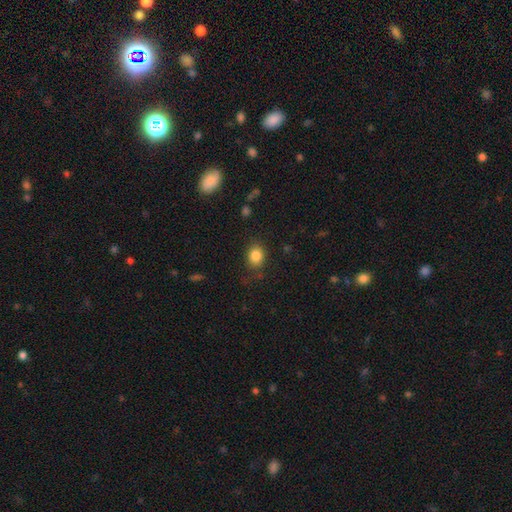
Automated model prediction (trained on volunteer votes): The model was most divided on "how rounded": round: 57%, in between: 42%, cigar-shaped: 1%. More confident: smooth or featured — smooth (85%); merging — none (79%).